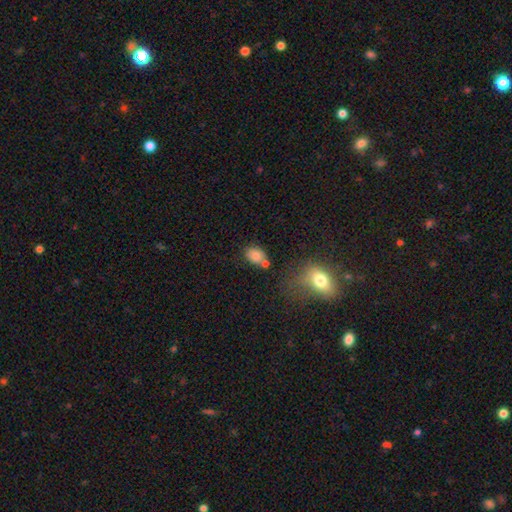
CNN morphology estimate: Smooth or featured?
  - smooth: 81% *
  - star or artifact: 11%
  - featured or disk: 8%
How rounded?
  - in between: 67% *
  - round: 32%
  - cigar-shaped: 1%
Merging?
  - none: 57% *
  - merger: 20%
  - minor disturbance: 17%
  - major disturbance: 6%